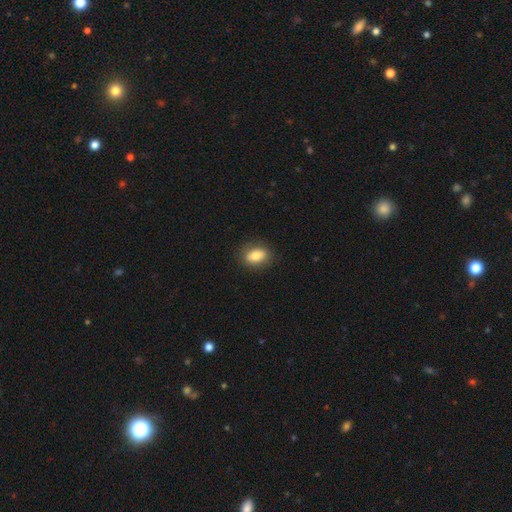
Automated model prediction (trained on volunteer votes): A smooth galaxy with no disk features (81%) that is in between round and cigar-shaped (80%).

Vote fractions:
- Smooth or featured? smooth: 81% / featured or disk: 11% / star or artifact: 8%
- How rounded? in between: 80% / round: 17% / cigar-shaped: 3%
- Merging? none: 86% / minor disturbance: 10% / major disturbance: 3% / merger: 1%